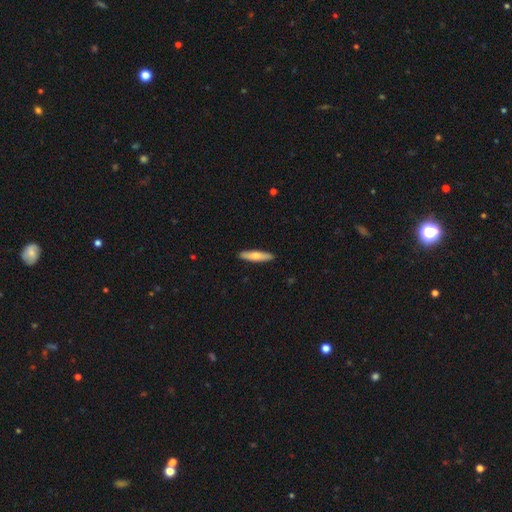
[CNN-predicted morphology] This is likely a smooth galaxy (65%). How rounded: clearly cigar-shaped (83%). Merging: clearly none (91%).